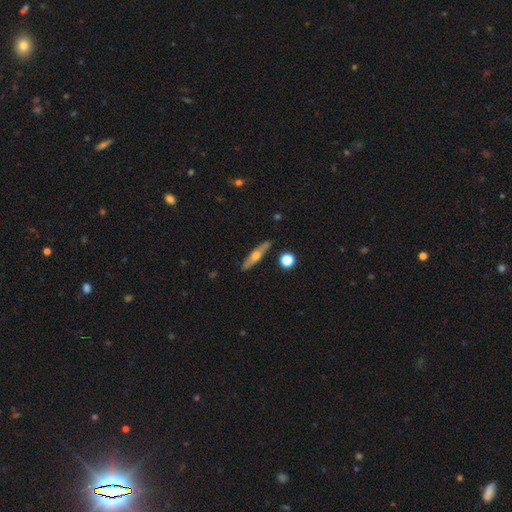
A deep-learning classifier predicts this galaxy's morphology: Smooth or featured? featured or disk (52%)
Edge-on disk? yes (88%)
Merging? none (85%)